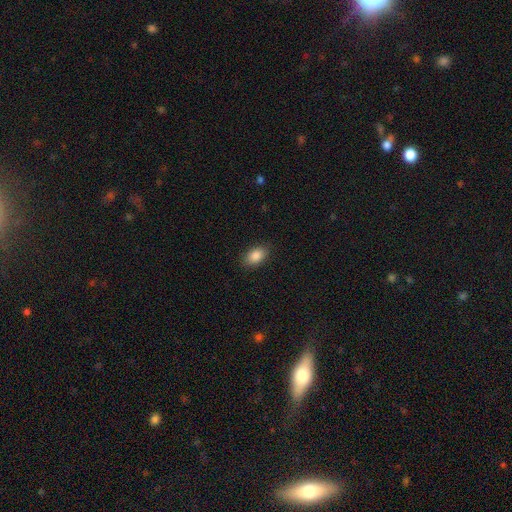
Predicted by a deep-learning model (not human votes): A smooth galaxy with no disk features (88%) that is in between round and cigar-shaped (88%). Merging: none (87%).